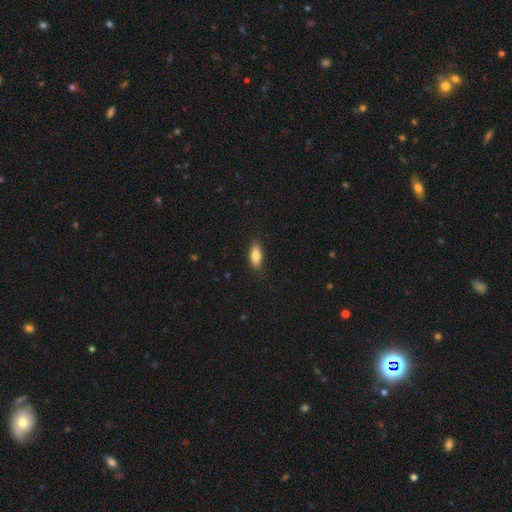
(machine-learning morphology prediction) Smooth or featured? Predicted: smooth (p=0.82). How rounded? Predicted: in between (p=0.78). Merging? Predicted: none (p=0.87).